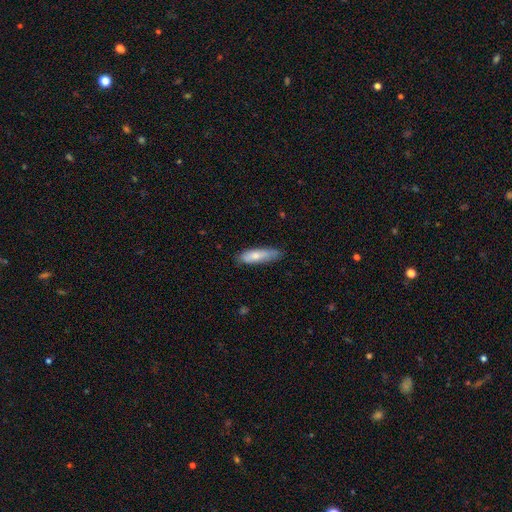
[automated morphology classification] Smooth or featured: smooth — 74% (featured or disk — 20%)
How rounded: cigar-shaped — 63% (in between — 35%)
Merging: none — 73% (minor disturbance — 22%)